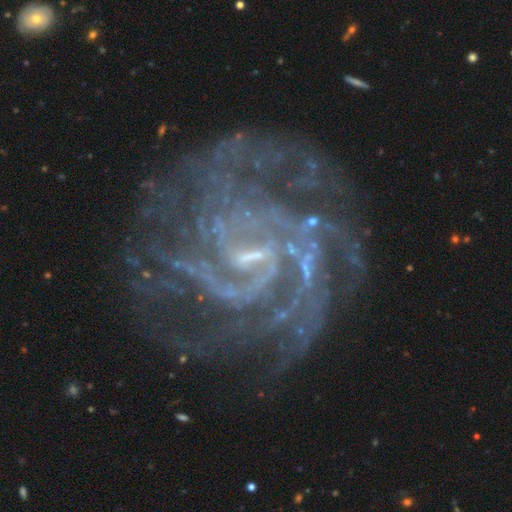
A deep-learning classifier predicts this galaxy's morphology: This appears to be a featured or disk galaxy (87%) with a weak bar (50%), tight (61%) spiral arms (96%) and a small central bulge (61%). Merging: none (73%).